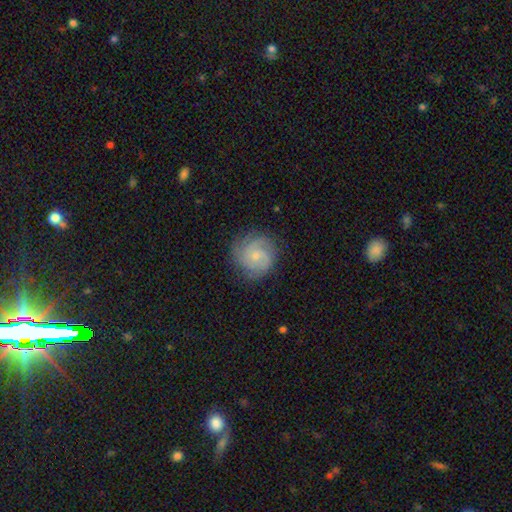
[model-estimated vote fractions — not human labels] This appears to be a featured or disk galaxy (70%) with no bar (70%), 2 (32%) tight (56%) spiral arms (95%) and a small central bulge (62%). Merging: none (77%).